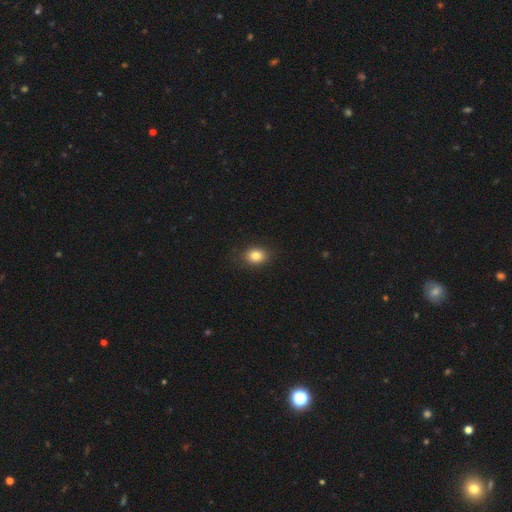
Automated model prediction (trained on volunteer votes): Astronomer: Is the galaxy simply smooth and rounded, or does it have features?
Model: smooth — 83%.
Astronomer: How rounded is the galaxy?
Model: in between — 52% (runner-up: round, 47%).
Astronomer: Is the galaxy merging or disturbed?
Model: none — 87%.